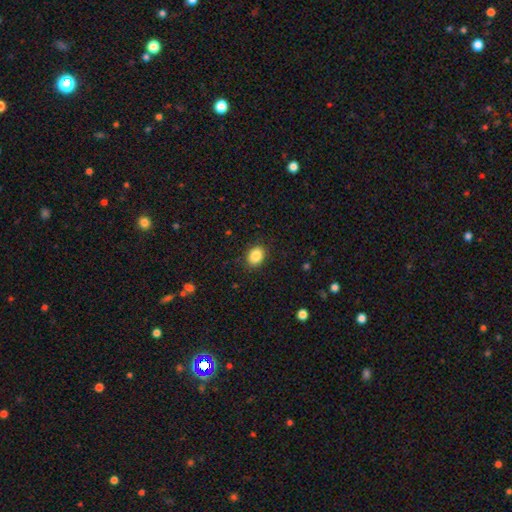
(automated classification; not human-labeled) Q: Smooth or featured?
A: smooth (87%); runner-up: star or artifact (9%)
Q: How rounded?
A: in between (63%); runner-up: round (36%)
Q: Merging?
A: none (88%); runner-up: minor disturbance (8%)